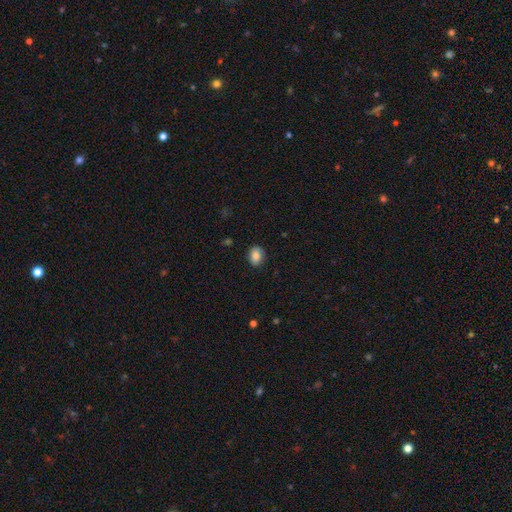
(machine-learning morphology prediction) This is clearly a smooth galaxy (85%). How rounded: likely in between (63%). Merging: clearly none (85%).